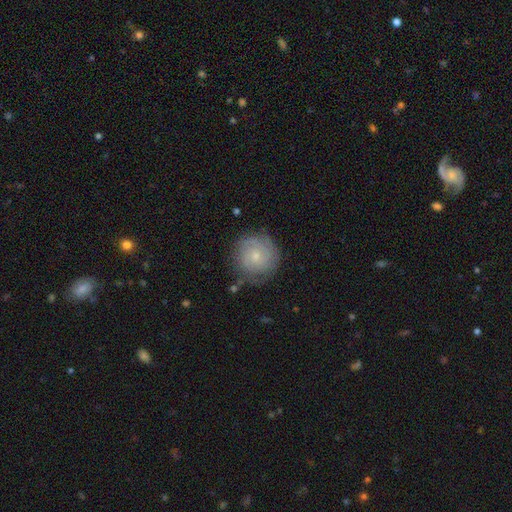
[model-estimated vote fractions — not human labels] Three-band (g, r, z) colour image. It shows a featured or disk galaxy (57%) with no bar (74%), spiral arms (87%) and a small central bulge (65%). Merging: none (75%).